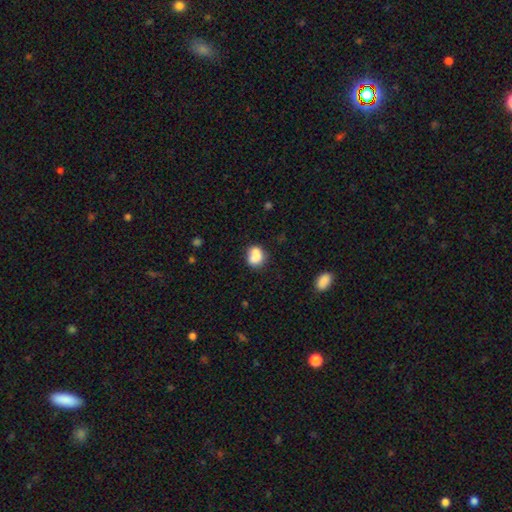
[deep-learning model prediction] Overall: smooth (80%). How rounded: round (54%; in between 45%). Merging: none (50%; minor disturbance 21%).